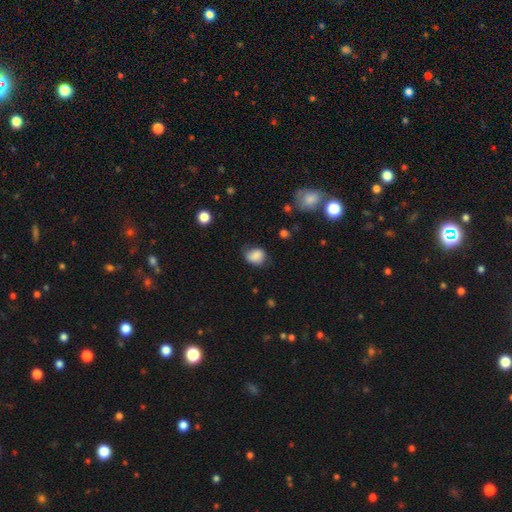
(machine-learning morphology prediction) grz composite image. It shows a smooth galaxy with no disk features (81%) that is round (53%). Merging: none (57%).